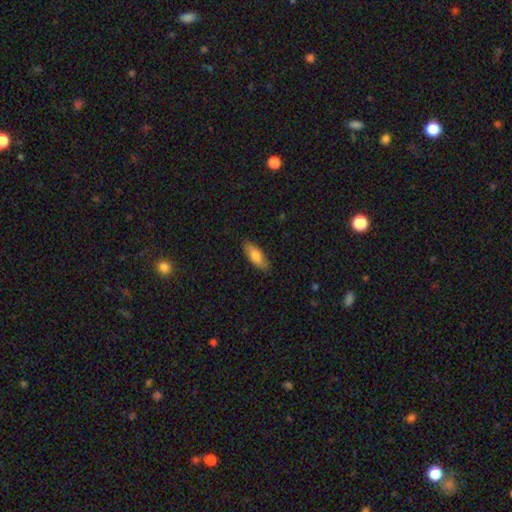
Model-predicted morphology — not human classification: The model was most divided on "how rounded": in between: 75%, cigar-shaped: 23%, round: 2%. More confident: merging — none (85%); smooth or featured — smooth (78%).